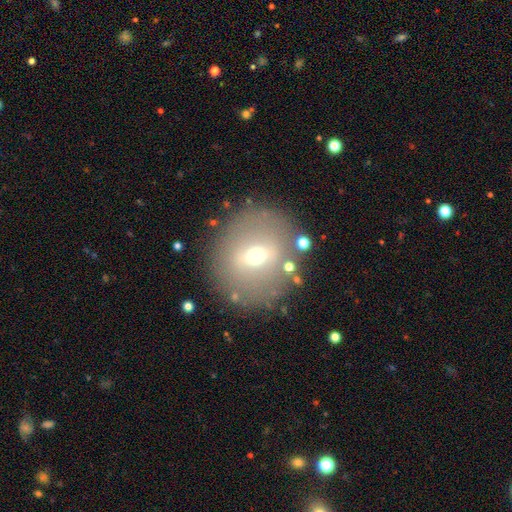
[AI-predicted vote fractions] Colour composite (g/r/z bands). It shows a smooth galaxy with no disk features (48%). Merging: none (77%).